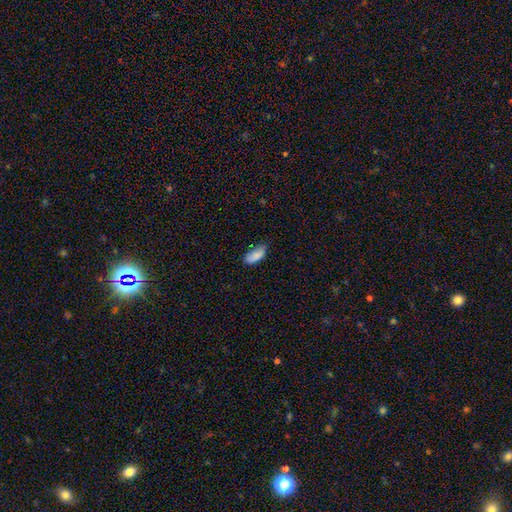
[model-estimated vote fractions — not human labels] Overall: smooth (87%). How rounded: in between (86%). Merging: none (61%; minor disturbance 32%).